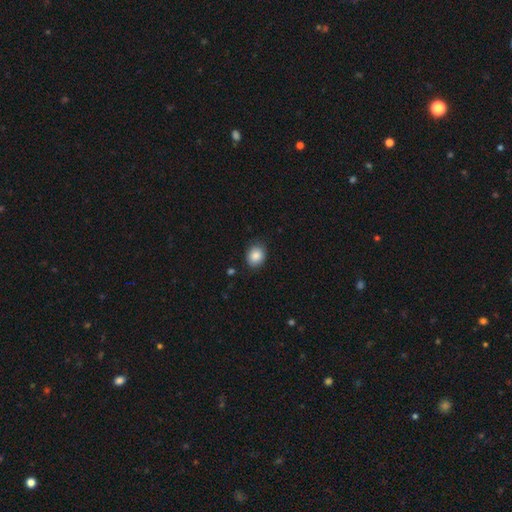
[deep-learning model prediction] This appears to be a smooth galaxy with no disk features (86%) that is in between round and cigar-shaped (55%). Merging: none (83%).